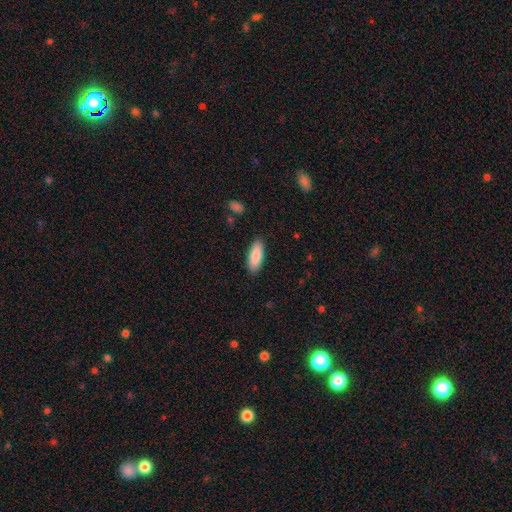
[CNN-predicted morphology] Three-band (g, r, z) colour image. It shows a smooth galaxy with no disk features (87%) that is in between round and cigar-shaped (68%). Merging: none (88%).